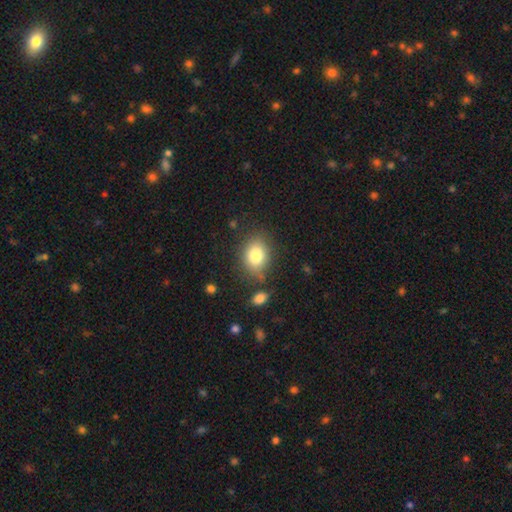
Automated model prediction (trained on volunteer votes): smooth 80%, star or artifact 10%, featured or disk 10%. Down the decision tree: how rounded — in between (54%); merging — none (75%).